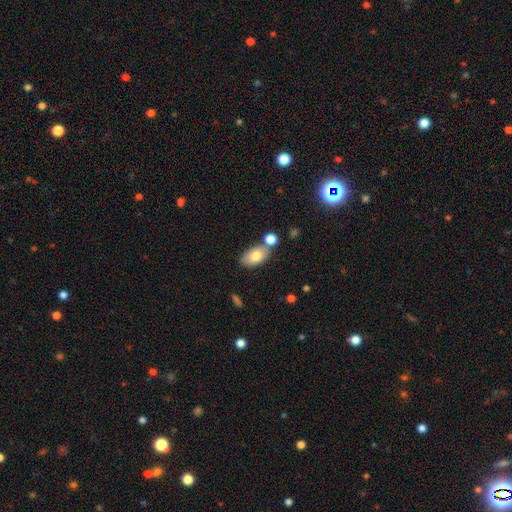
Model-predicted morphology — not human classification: Q: Smooth or featured?
A: smooth (77%); runner-up: featured or disk (16%)
Q: How rounded?
A: in between (92%); runner-up: round (6%)
Q: Merging?
A: none (63%); runner-up: merger (19%)